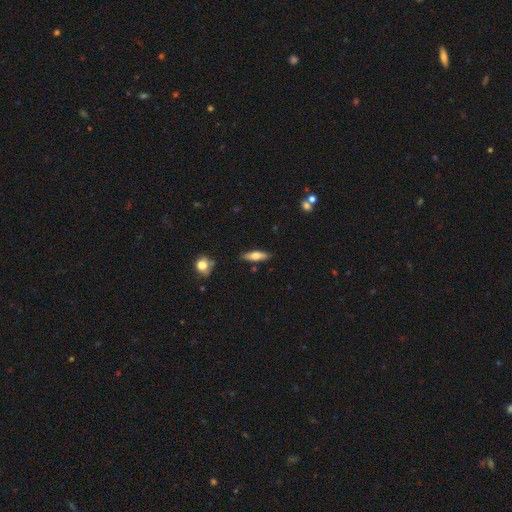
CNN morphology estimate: Smooth or featured? smooth (64%)
How rounded? cigar-shaped (49%, tied with in between)
Merging? none (82%)